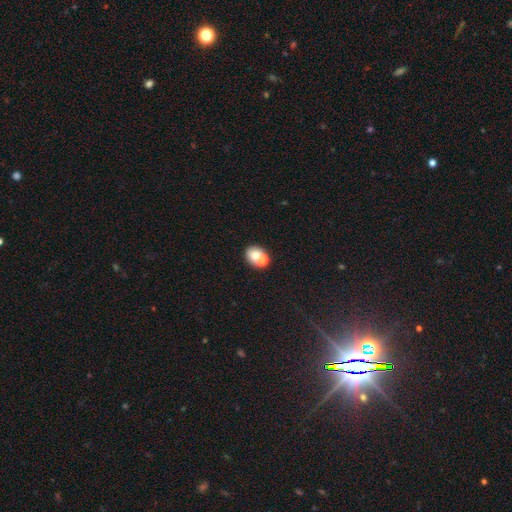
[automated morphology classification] Smooth or featured?
  - smooth: 68% *
  - featured or disk: 21%
  - star or artifact: 11%
How rounded?
  - round: 61% *
  - in between: 38%
  - cigar-shaped: 1%
Merging?
  - merger: 46% *
  - none: 43%
  - minor disturbance: 8%
  - major disturbance: 3%